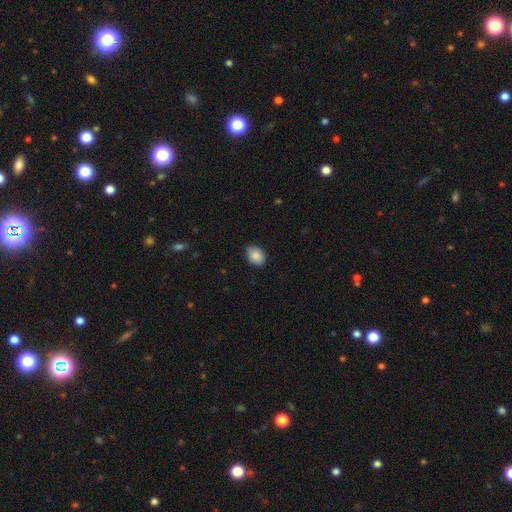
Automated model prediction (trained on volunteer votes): Smooth or featured: smooth — 88% (star or artifact — 7%)
How rounded: in between — 70% (round — 29%)
Merging: none — 79% (minor disturbance — 17%)